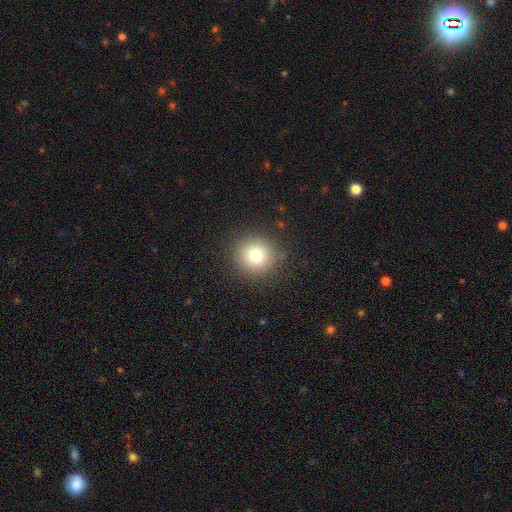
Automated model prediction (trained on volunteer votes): A smooth galaxy with no disk features (76%) that is round (91%).

Vote fractions:
- Smooth or featured? smooth: 76% / star or artifact: 14% / featured or disk: 10%
- How rounded? round: 91% / in between: 8% / cigar-shaped: 1%
- Merging? none: 88% / minor disturbance: 8% / major disturbance: 3% / merger: 1%